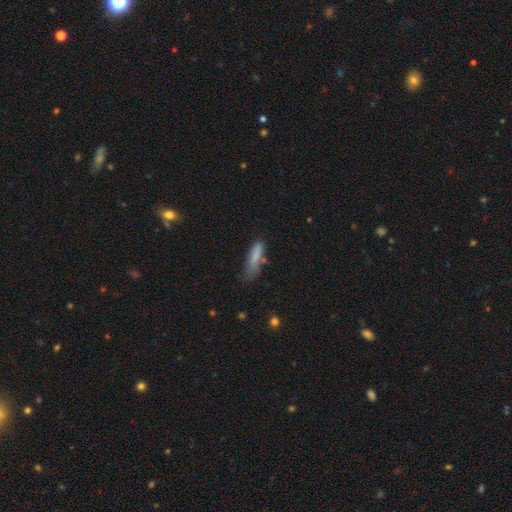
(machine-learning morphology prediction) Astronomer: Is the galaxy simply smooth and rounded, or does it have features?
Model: smooth — 82%.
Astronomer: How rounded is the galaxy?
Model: cigar-shaped — 63%.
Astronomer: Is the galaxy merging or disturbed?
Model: none — 50% (runner-up: minor disturbance, 34%).